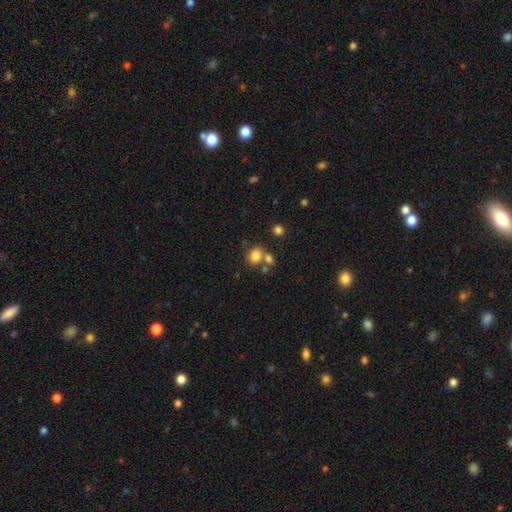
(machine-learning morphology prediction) This is likely a smooth galaxy (79%). How rounded: possibly round (51%). Merging: possibly none (52%).